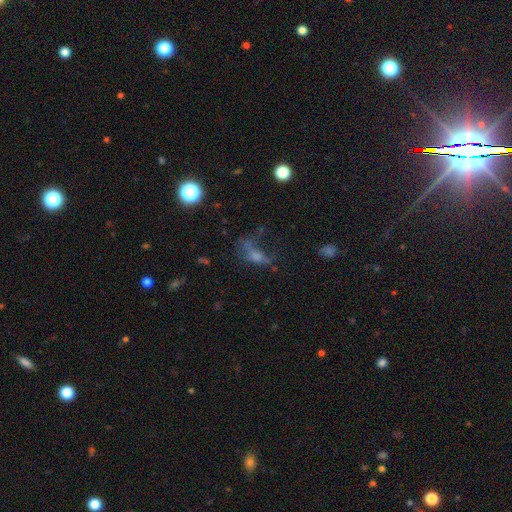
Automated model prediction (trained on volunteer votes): This is marginally a smooth galaxy (39%). Merging: marginally major disturbance (39%).